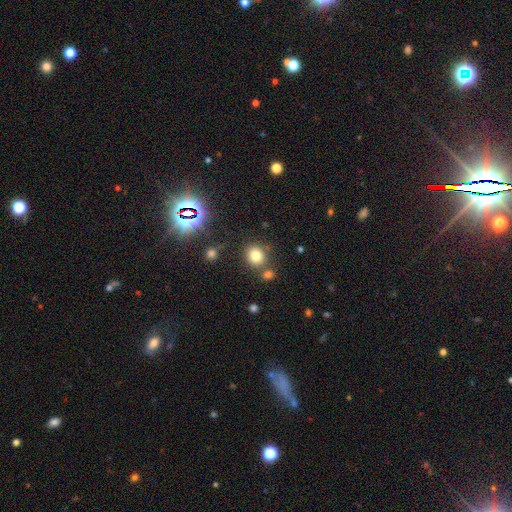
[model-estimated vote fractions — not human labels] Smooth or featured?
  - smooth: 78% *
  - star or artifact: 15%
  - featured or disk: 7%
How rounded?
  - round: 80% *
  - in between: 19%
  - cigar-shaped: 1%
Merging?
  - none: 74% *
  - merger: 13%
  - minor disturbance: 10%
  - major disturbance: 3%